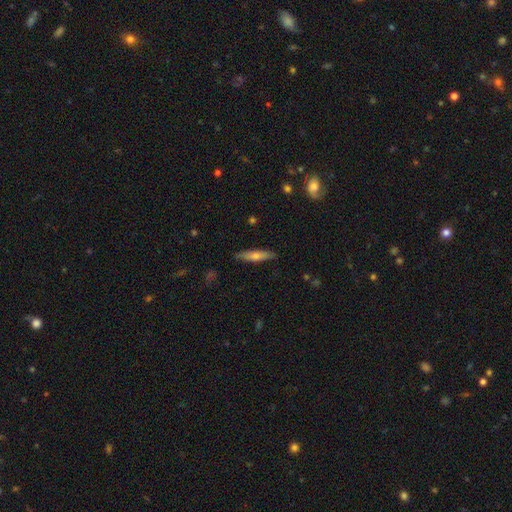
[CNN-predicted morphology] Q: Smooth or featured?
A: smooth (47%); runner-up: featured or disk (46%)
Q: Merging?
A: none (88%); runner-up: minor disturbance (9%)